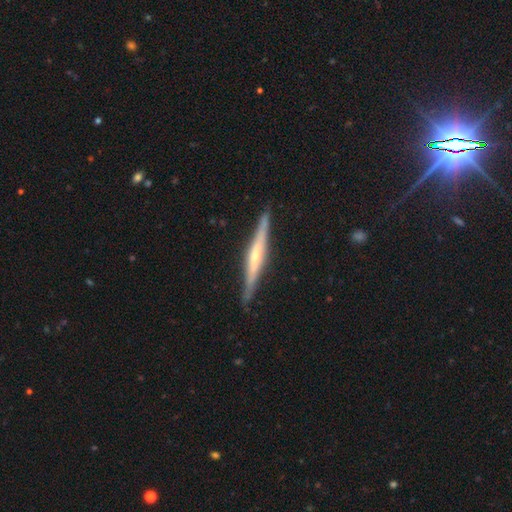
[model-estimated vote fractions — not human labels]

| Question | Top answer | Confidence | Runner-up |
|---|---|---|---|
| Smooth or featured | featured or disk | 72% | smooth (23%) |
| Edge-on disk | yes | 97% | no (3%) |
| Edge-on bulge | rounded | 56% | none (25%) |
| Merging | none | 87% | minor disturbance (10%) |